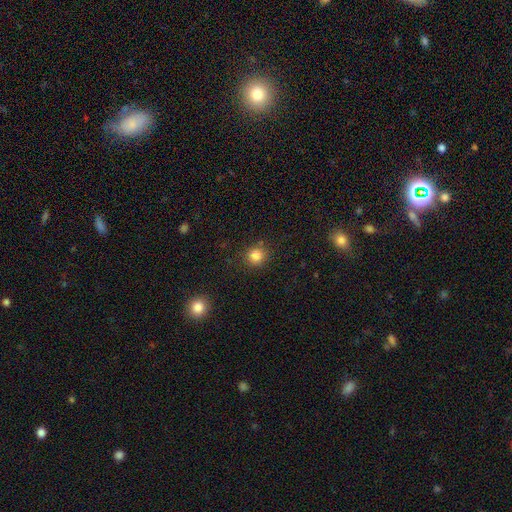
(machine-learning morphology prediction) Smooth or featured? Predicted: smooth (p=0.83). How rounded? Predicted: round (p=0.90). Merging? Predicted: none (p=0.84).